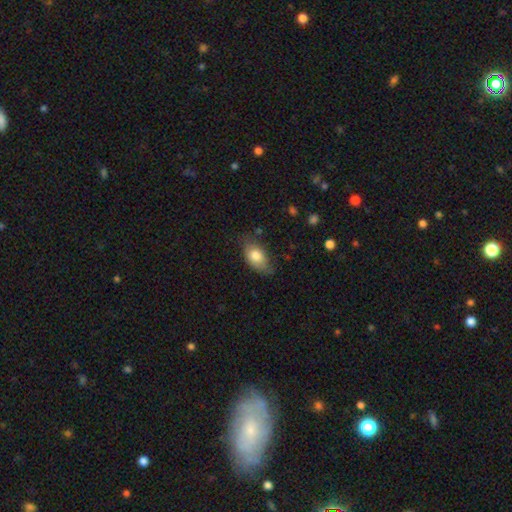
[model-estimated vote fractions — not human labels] Smooth or featured: smooth — 79% (featured or disk — 14%)
How rounded: in between — 89% (round — 8%)
Merging: none — 66% (minor disturbance — 26%)